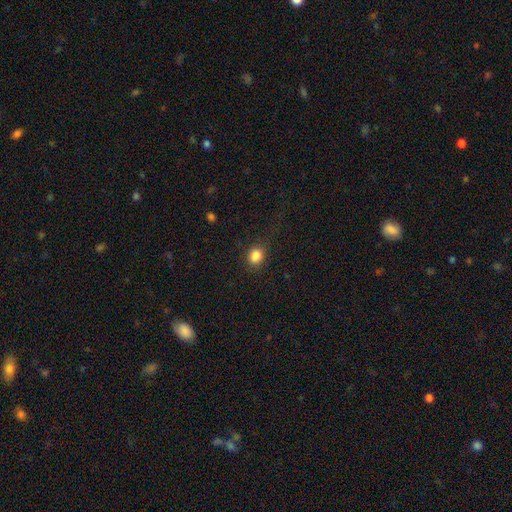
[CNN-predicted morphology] A smooth galaxy with no disk features (85%) that is round (64%).

Vote fractions:
- Smooth or featured? smooth: 85% / star or artifact: 11% / featured or disk: 4%
- How rounded? round: 64% / in between: 35% / cigar-shaped: 1%
- Merging? none: 78% / minor disturbance: 14% / major disturbance: 6% / merger: 2%